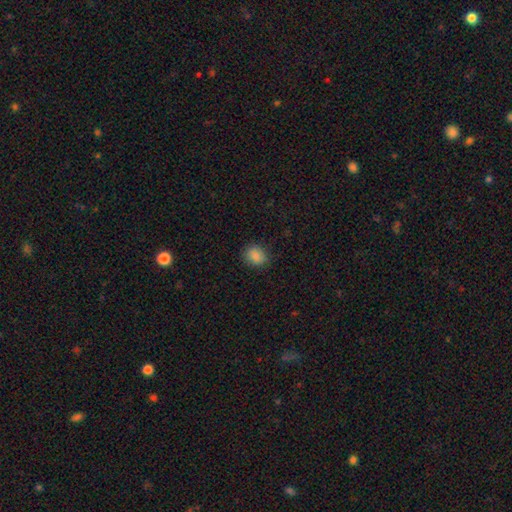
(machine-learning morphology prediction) The model was most divided on "how rounded": round: 61%, in between: 38%, cigar-shaped: 1%. More confident: smooth or featured — smooth (86%); merging — none (85%).